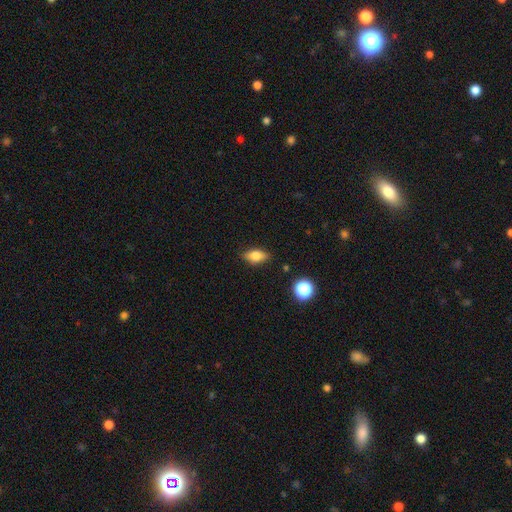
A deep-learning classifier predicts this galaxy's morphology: Smooth or featured: smooth — 75% (featured or disk — 16%)
How rounded: in between — 81% (cigar-shaped — 9%)
Merging: none — 85% (minor disturbance — 11%)